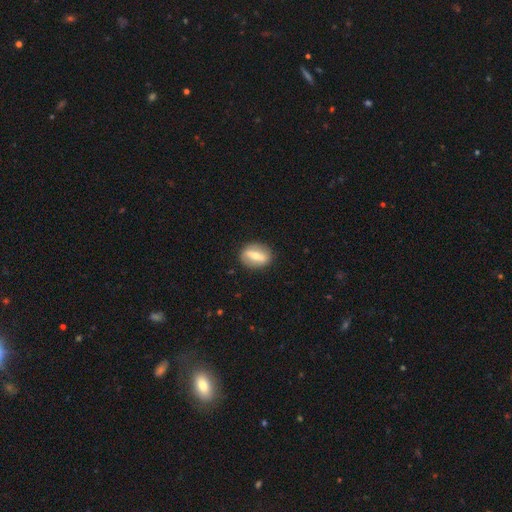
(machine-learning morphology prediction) The model was most divided on "smooth or featured": featured or disk: 50%, smooth: 44%, star or artifact: 7%. More confident: merging — none (86%).